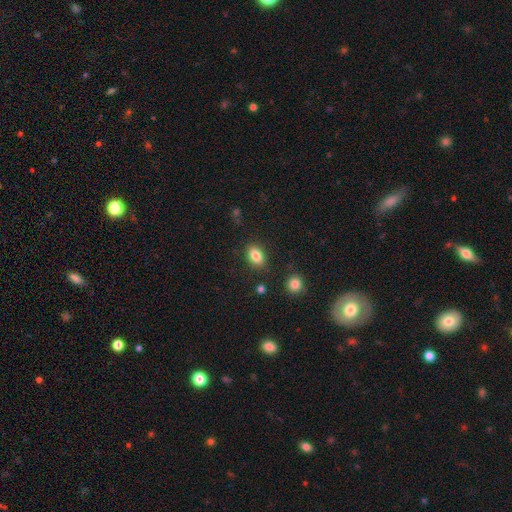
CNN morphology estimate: smooth 84%, star or artifact 9%, featured or disk 7%. Down the decision tree: how rounded — in between (84%); merging — none (85%).